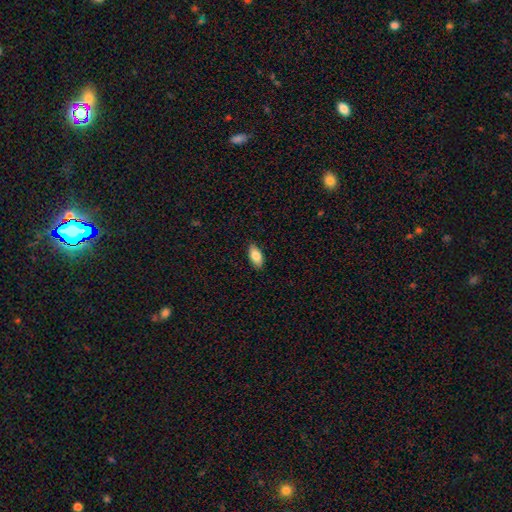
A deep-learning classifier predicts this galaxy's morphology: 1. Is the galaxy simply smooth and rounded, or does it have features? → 83% smooth, 11% featured or disk, 7% star or artifact.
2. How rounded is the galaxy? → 90% in between, 8% cigar-shaped, 3% round.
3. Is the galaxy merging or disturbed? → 88% none, 9% minor disturbance, 2% major disturbance, 1% merger.